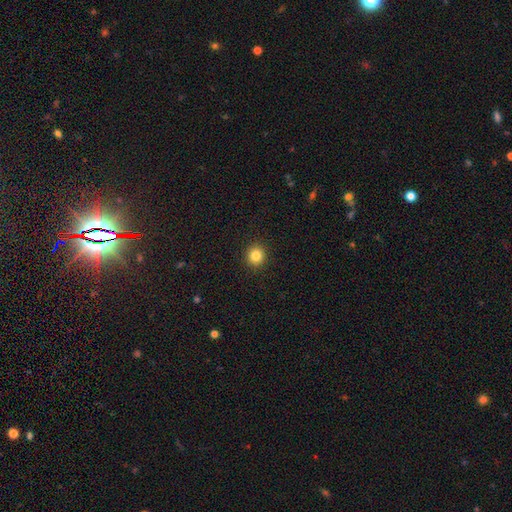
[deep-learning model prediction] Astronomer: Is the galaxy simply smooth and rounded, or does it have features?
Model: smooth — 84%.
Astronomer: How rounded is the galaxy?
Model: round — 90%.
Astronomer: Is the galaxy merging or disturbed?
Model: none — 92%.